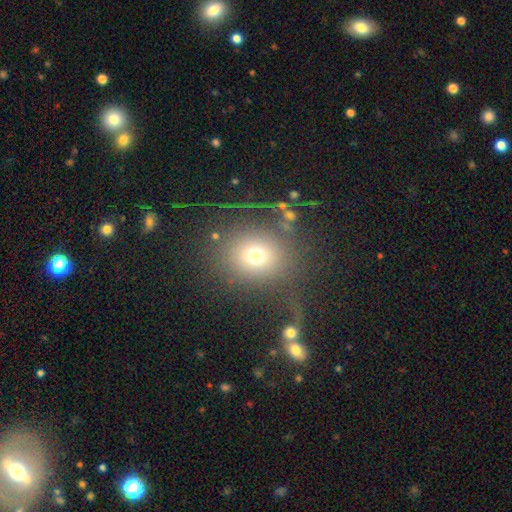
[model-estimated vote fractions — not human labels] Smooth or featured? Predicted: smooth (p=0.67). How rounded? Predicted: round (p=0.80). Merging? Predicted: none (p=0.66).